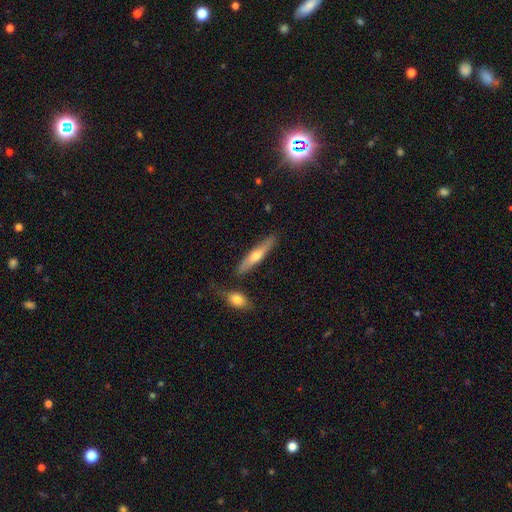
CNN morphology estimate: Q: Smooth or featured?
A: smooth (50%); runner-up: featured or disk (44%)
Q: How rounded?
A: cigar-shaped (83%); runner-up: in between (15%)
Q: Merging?
A: none (77%); runner-up: minor disturbance (13%)